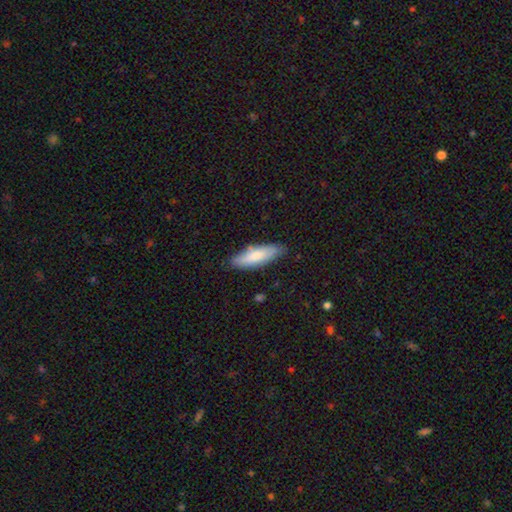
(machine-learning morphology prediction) Smooth or featured?
  - smooth: 77% *
  - featured or disk: 17%
  - star or artifact: 6%
How rounded?
  - in between: 50% *
  - cigar-shaped: 49%
  - round: 2%
Merging?
  - none: 79% *
  - minor disturbance: 16%
  - major disturbance: 3%
  - merger: 2%